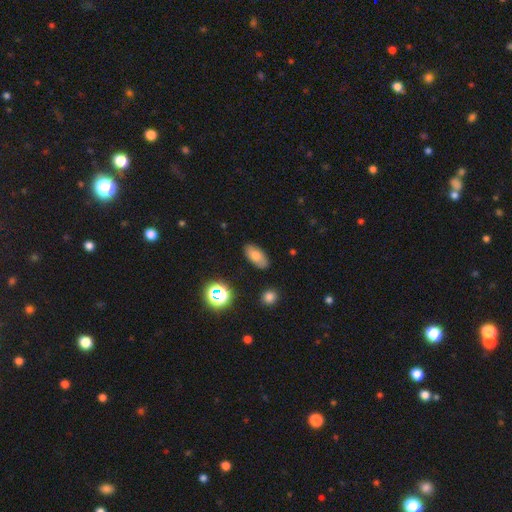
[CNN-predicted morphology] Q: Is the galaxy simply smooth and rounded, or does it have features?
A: smooth — 76%.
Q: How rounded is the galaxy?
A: in between — 90%.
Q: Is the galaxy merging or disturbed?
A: none — 84%.